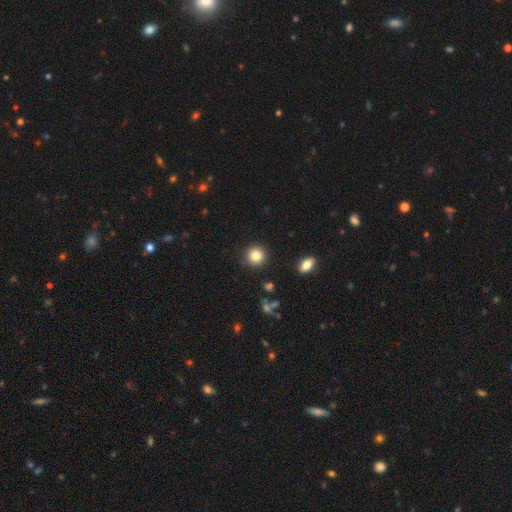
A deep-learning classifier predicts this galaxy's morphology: This appears to be a smooth galaxy with no disk features (84%) that is round (93%). Merging: none (90%).